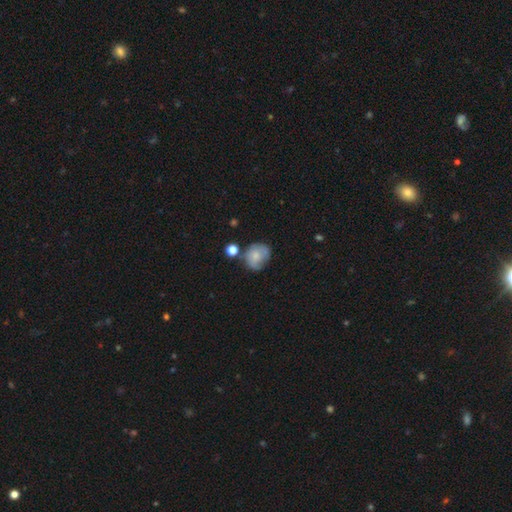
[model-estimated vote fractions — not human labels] This appears to be a smooth galaxy with no disk features (65%) that is round (67%). Merging: none (50%).